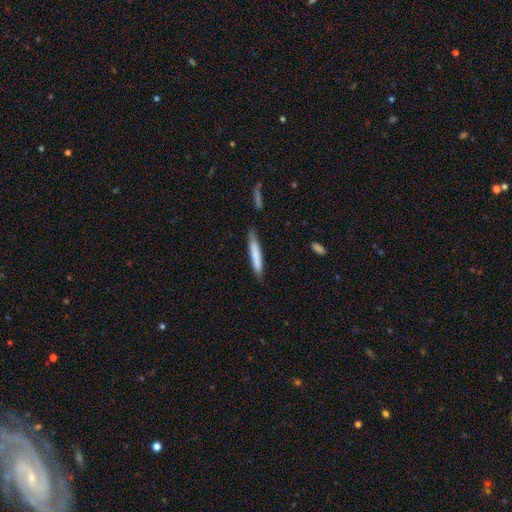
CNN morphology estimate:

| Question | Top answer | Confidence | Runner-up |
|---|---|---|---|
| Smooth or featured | smooth | 75% | featured or disk (19%) |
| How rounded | cigar-shaped | 94% | in between (5%) |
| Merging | none | 83% | minor disturbance (13%) |